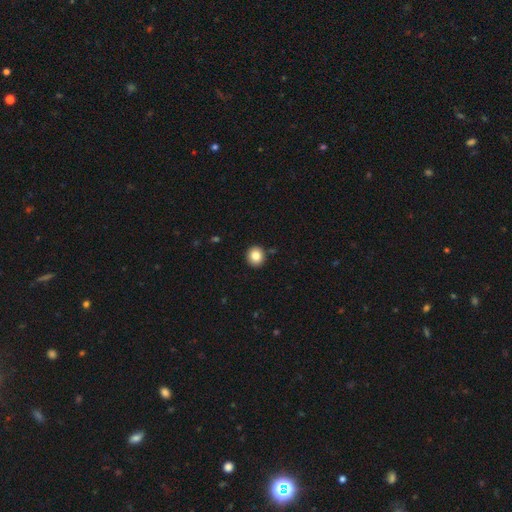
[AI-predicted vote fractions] This is clearly a smooth galaxy (84%). How rounded: clearly round (88%). Merging: clearly none (90%).